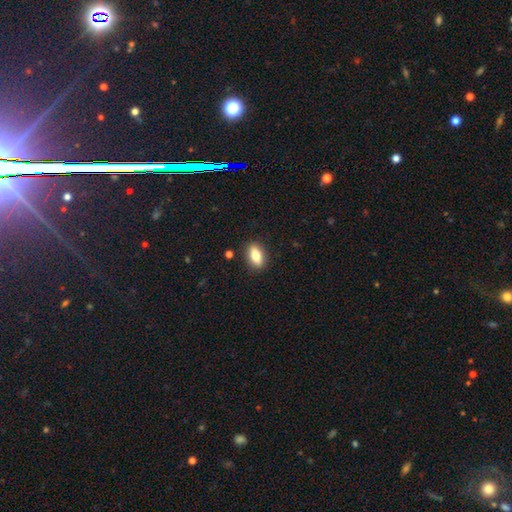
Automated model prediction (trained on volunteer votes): Overall: smooth (74%). How rounded: in between (83%). Merging: none (88%).